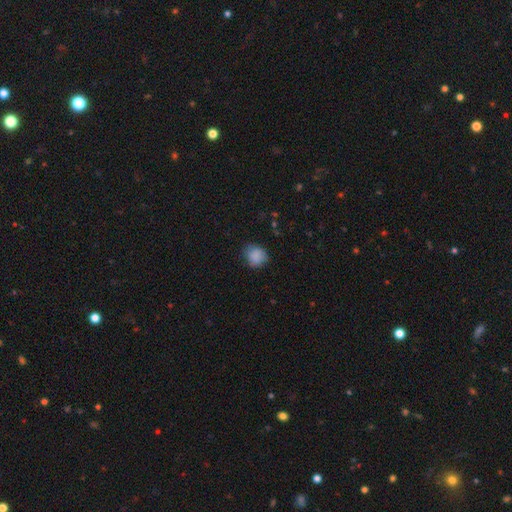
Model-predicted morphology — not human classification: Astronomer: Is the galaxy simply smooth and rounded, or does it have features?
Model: smooth — 86%.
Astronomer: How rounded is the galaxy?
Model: round — 72%.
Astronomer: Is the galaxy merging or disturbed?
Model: none — 71%.